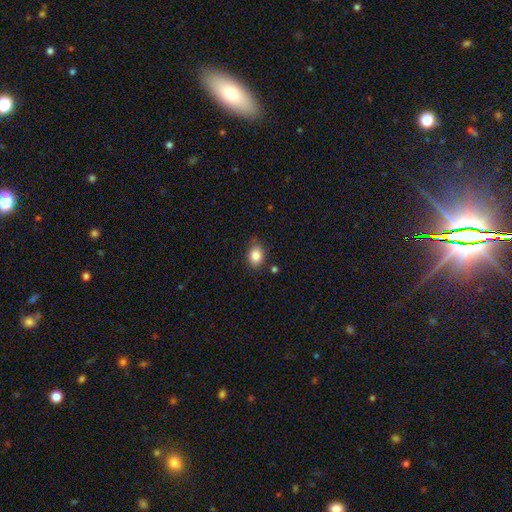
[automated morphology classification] Smooth or featured? Predicted: smooth (p=0.86). How rounded? Predicted: in between (p=0.59). Merging? Predicted: none (p=0.79).